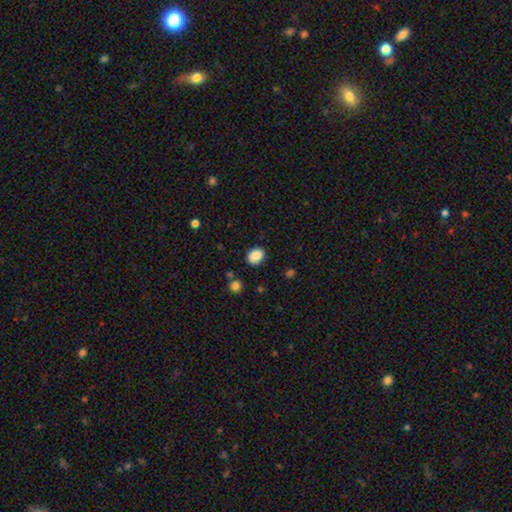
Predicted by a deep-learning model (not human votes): This is clearly a smooth galaxy (87%). How rounded: possibly in between (57%). Merging: clearly none (83%).